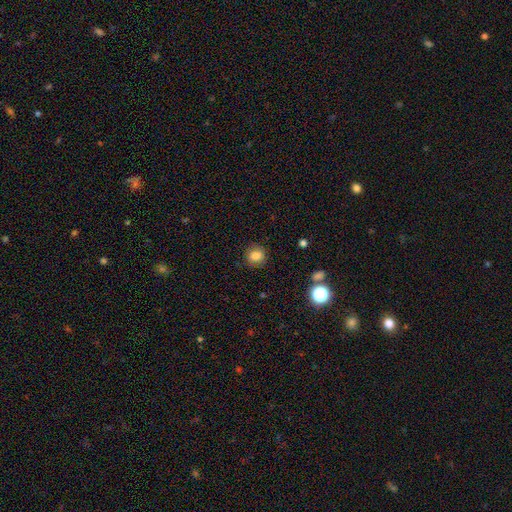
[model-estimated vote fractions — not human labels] Smooth or featured? smooth (82%)
How rounded? round (85%)
Merging? none (87%)